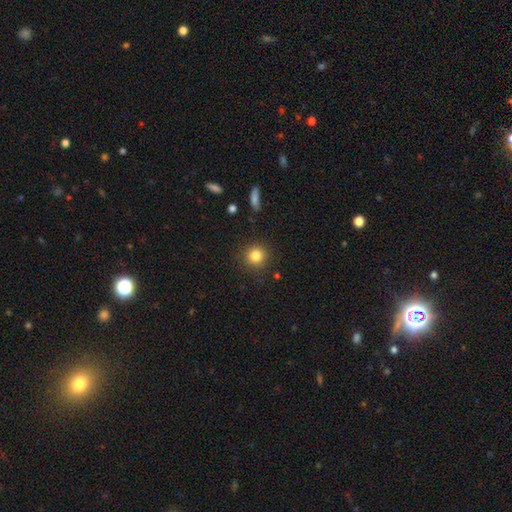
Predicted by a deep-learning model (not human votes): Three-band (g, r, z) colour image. It shows a smooth galaxy with no disk features (83%) that is round (92%). Merging: none (88%).